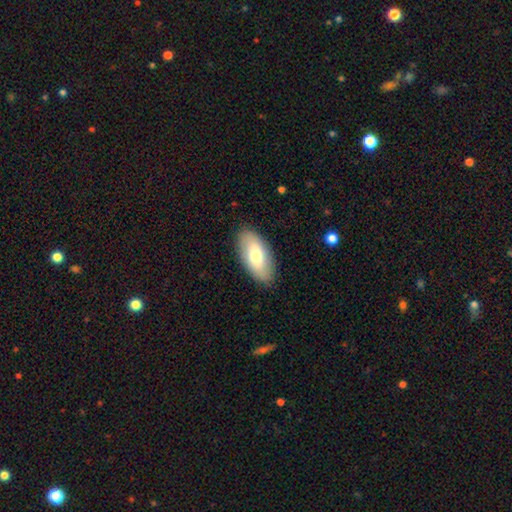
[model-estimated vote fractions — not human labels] smooth_or_featured: smooth (p=0.69) [alt: featured or disk p=0.26]
how_rounded: in between (p=0.92) [alt: cigar-shaped p=0.05]
merging: none (p=0.87) [alt: minor disturbance p=0.09]